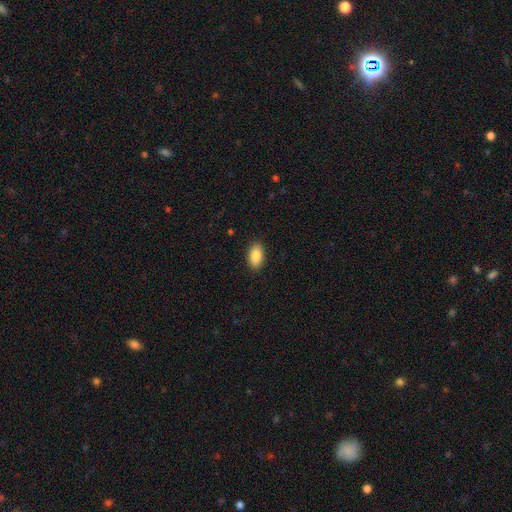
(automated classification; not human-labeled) Smooth or featured: smooth — 87% (star or artifact — 7%)
How rounded: in between — 93% (round — 5%)
Merging: none — 90% (minor disturbance — 8%)